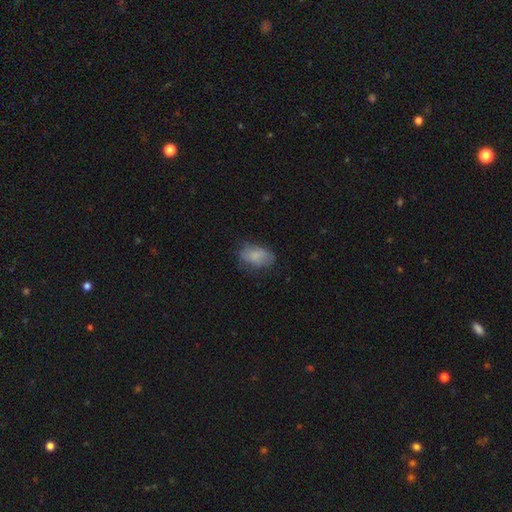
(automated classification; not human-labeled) A smooth galaxy with no disk features (78%) that is in between round and cigar-shaped (89%).

Vote fractions:
- Smooth or featured? smooth: 78% / featured or disk: 14% / star or artifact: 8%
- How rounded? in between: 89% / round: 9% / cigar-shaped: 2%
- Merging? none: 62% / minor disturbance: 27% / major disturbance: 10% / merger: 2%